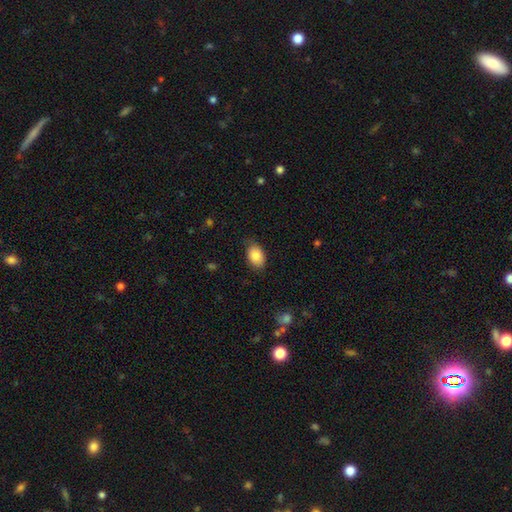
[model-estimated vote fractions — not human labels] Morphology: type=smooth (87%); roundness=in between (86%); merging=none (77%).